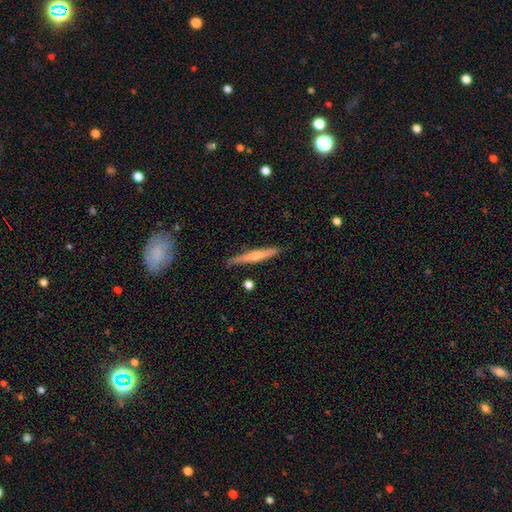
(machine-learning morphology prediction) A featured or disk galaxy (63%) viewed edge-on (96%) with a rounded central bulge (79%). Merging: none (89%).